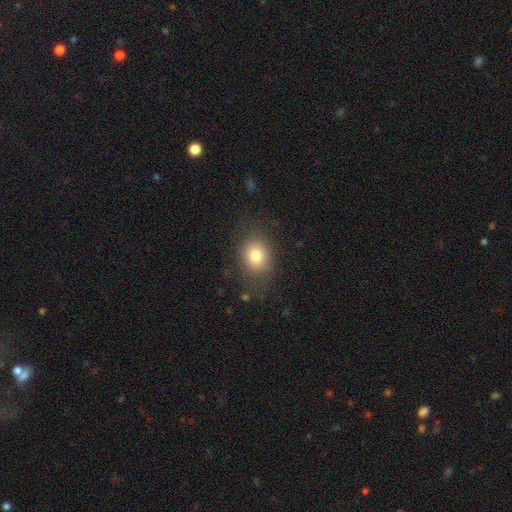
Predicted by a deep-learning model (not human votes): Smooth or featured: smooth — 79% (star or artifact — 11%)
How rounded: round — 55% (in between — 45%)
Merging: none — 79% (minor disturbance — 13%)